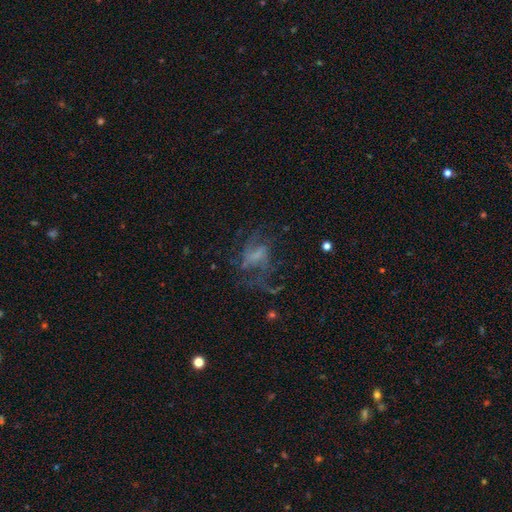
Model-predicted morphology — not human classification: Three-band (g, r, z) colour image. It shows a featured or disk galaxy (61%) with no bar (50%), spiral arms (63%) and no central bulge (43%). Merging: major disturbance (44%).